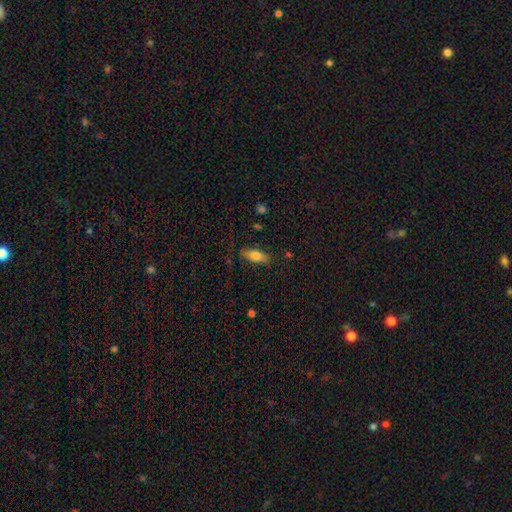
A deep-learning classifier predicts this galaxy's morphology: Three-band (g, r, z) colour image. It shows a smooth galaxy with no disk features (75%) that is in between round and cigar-shaped (72%). Merging: none (80%).